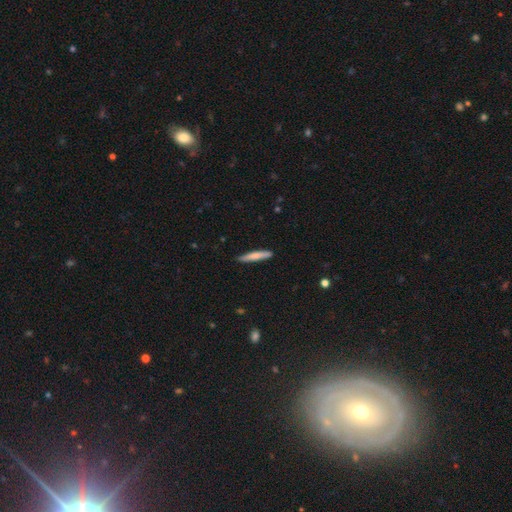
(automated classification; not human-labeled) Smooth or featured?
  - smooth: 71% *
  - featured or disk: 24%
  - star or artifact: 5%
How rounded?
  - cigar-shaped: 93% *
  - in between: 6%
  - round: 1%
Merging?
  - none: 87% *
  - minor disturbance: 10%
  - major disturbance: 2%
  - merger: 1%